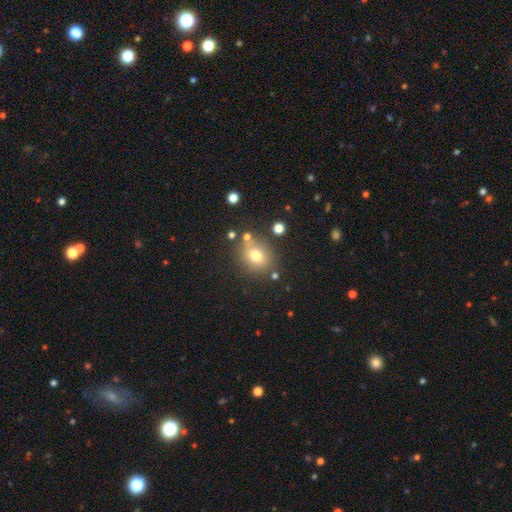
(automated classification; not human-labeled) A smooth galaxy with no disk features (73%) that is round (64%). Merging: none (76%).